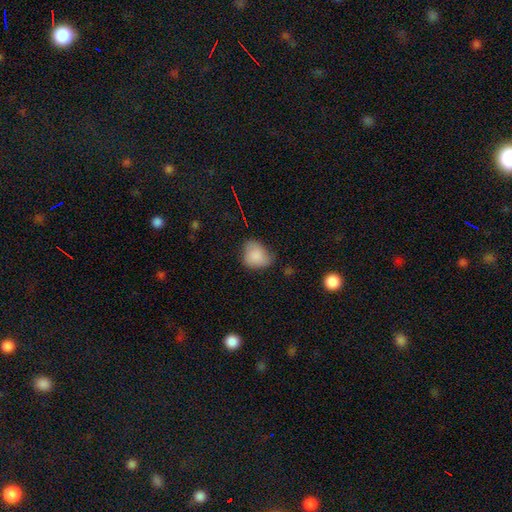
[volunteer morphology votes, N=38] This appears to be a smooth galaxy with no disk features (82%) that is in between round and cigar-shaped (52%). Merging: minor disturbance (49%).